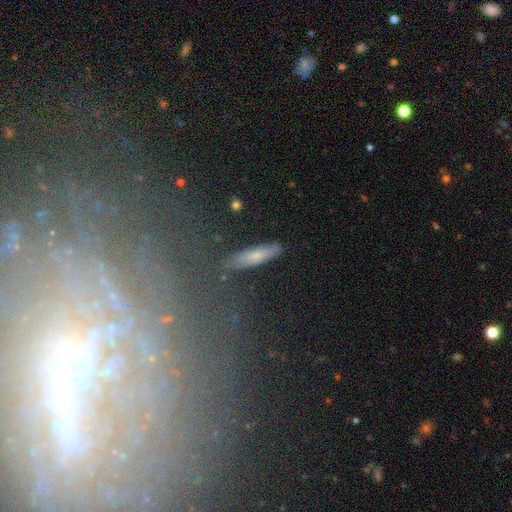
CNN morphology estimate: smooth 63%, featured or disk 28%, star or artifact 8%. Down the decision tree: how rounded — cigar-shaped (71%); merging — none (78%).